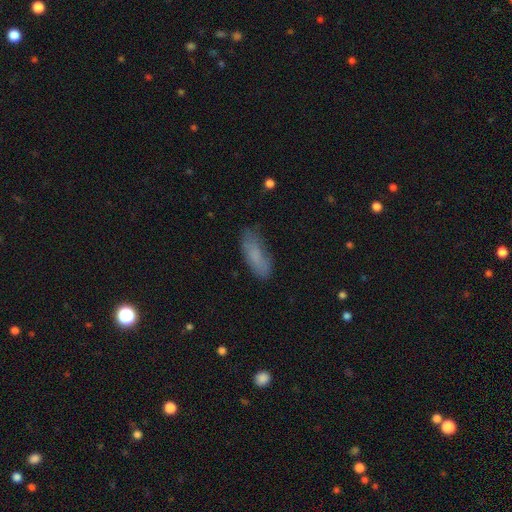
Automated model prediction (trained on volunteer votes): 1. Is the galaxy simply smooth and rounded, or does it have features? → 79% smooth, 13% featured or disk, 8% star or artifact.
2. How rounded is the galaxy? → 66% in between, 32% cigar-shaped, 2% round.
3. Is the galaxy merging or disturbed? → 73% none, 20% minor disturbance, 5% major disturbance, 2% merger.